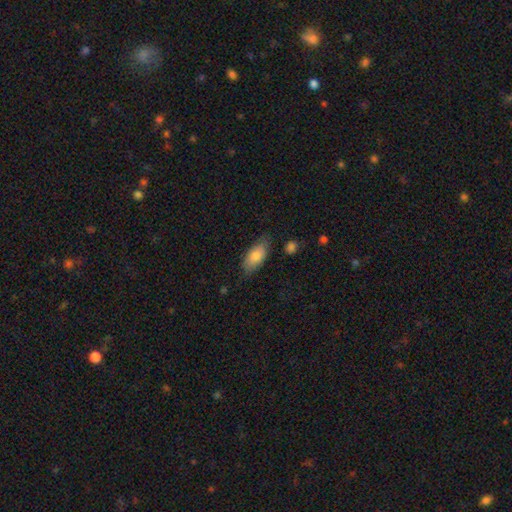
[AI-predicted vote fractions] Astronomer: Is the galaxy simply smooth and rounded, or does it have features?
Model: smooth — 80%.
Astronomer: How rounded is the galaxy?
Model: in between — 89%.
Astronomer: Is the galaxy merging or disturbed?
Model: none — 74%.